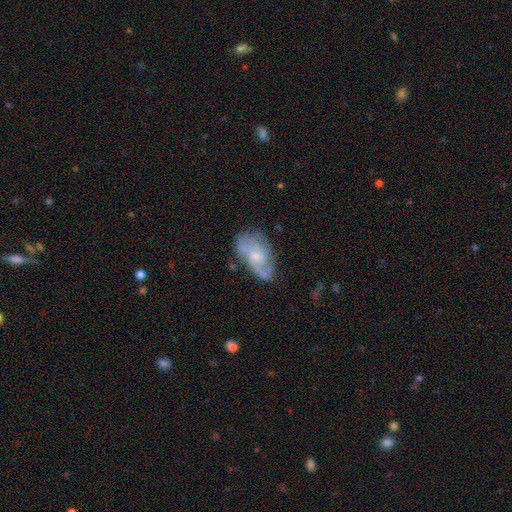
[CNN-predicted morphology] Q: Smooth or featured?
A: featured or disk (69%); runner-up: smooth (24%)
Q: Edge-on disk?
A: no (96%); runner-up: yes (4%)
Q: Bar?
A: no (64%); runner-up: weak (32%)
Q: Spiral arms?
A: yes (82%); runner-up: no (18%)
Q: Spiral winding?
A: medium (44%); runner-up: tight (30%)
Q: Spiral arm count?
A: 2 (41%); runner-up: can't tell (32%)
Q: Bulge size?
A: small (54%); runner-up: moderate (34%)
Q: Merging?
A: none (56%); runner-up: minor disturbance (26%)